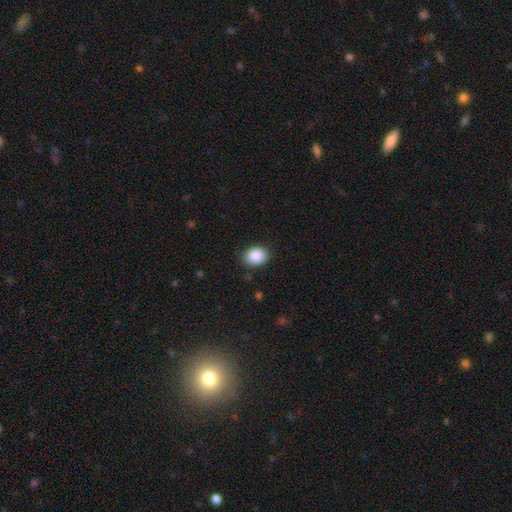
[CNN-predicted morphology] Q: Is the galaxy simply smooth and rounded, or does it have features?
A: smooth — 89%.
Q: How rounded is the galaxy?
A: in between — 62%.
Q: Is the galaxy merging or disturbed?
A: none — 86%.